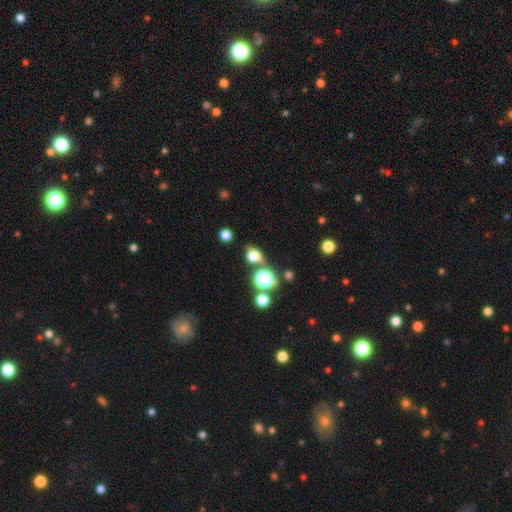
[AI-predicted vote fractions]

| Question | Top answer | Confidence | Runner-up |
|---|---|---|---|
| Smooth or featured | smooth | 66% | star or artifact (20%) |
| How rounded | in between | 54% | round (43%) |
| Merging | none | 65% | minor disturbance (15%) |